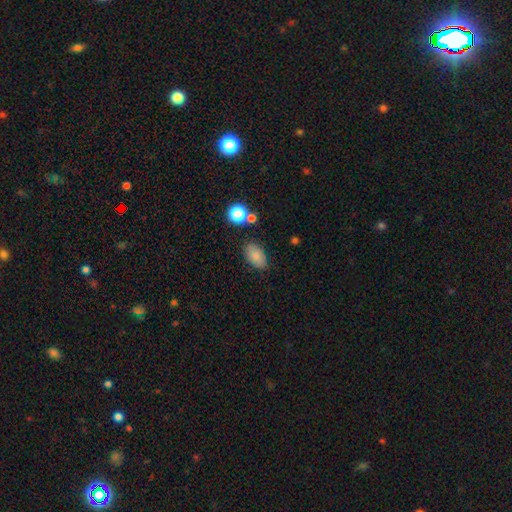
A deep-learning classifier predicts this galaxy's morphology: smooth-or-featured: smooth: 83% | star or artifact: 10% | featured or disk: 8%
  how-rounded: in between: 90% | round: 8% | cigar-shaped: 2%
  merging: none: 81% | minor disturbance: 13% | merger: 4% | major disturbance: 3%